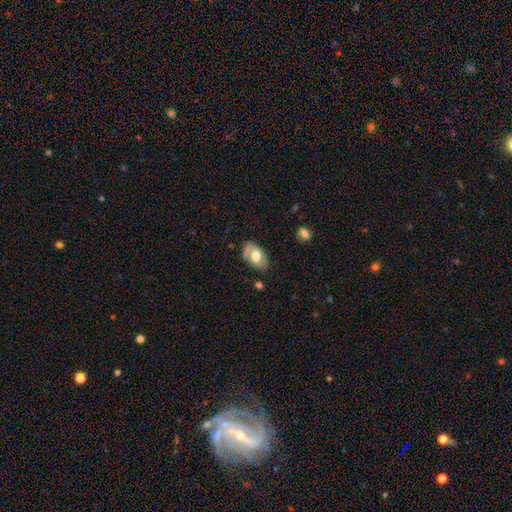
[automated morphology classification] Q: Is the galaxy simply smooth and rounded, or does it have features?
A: smooth — 54%.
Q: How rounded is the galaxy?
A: in between — 91%.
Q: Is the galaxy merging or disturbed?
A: none — 73%.